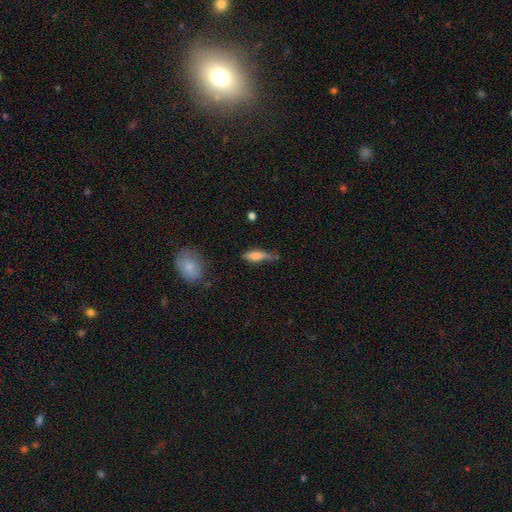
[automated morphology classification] Overall: smooth (69%). How rounded: cigar-shaped (56%; in between 41%). Merging: none (49%; minor disturbance 33%).